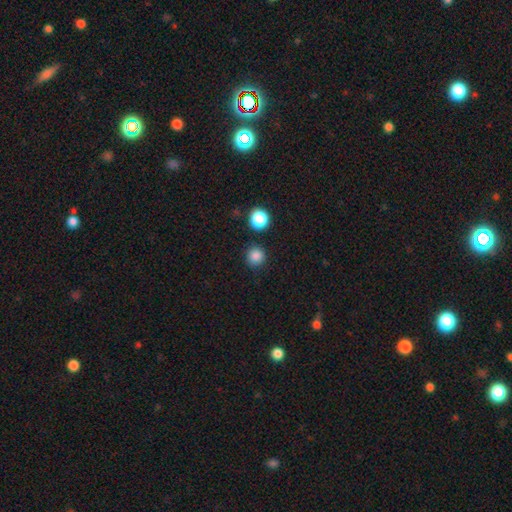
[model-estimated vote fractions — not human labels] A smooth galaxy with no disk features (84%) that is round (95%). Merging: none (88%).